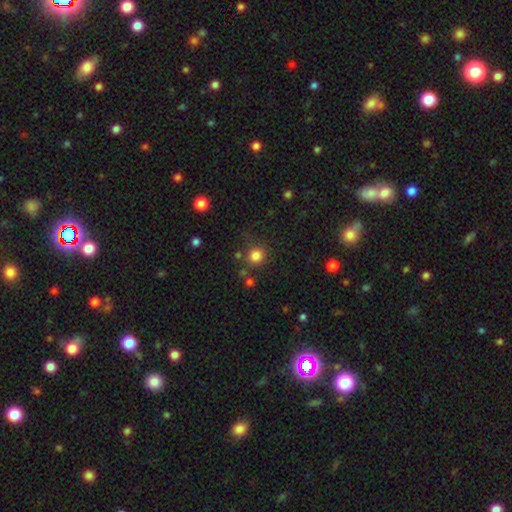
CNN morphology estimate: The model was most divided on "merging": none: 78%, minor disturbance: 11%, merger: 6%, major disturbance: 5%. More confident: how rounded — round (92%); smooth or featured — smooth (82%).